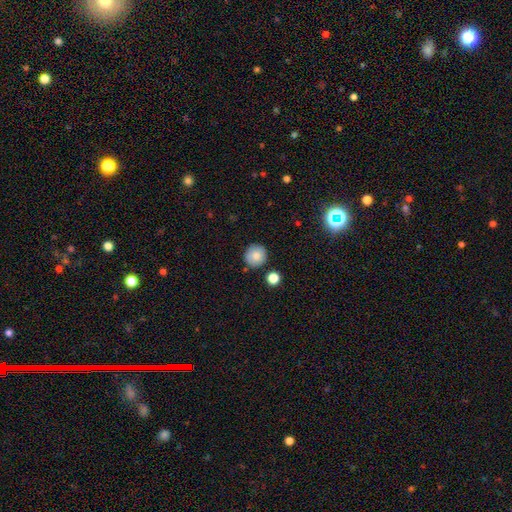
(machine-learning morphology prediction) smooth 81%, featured or disk 9%, star or artifact 9%. Down the decision tree: how rounded — round (94%); merging — none (84%).